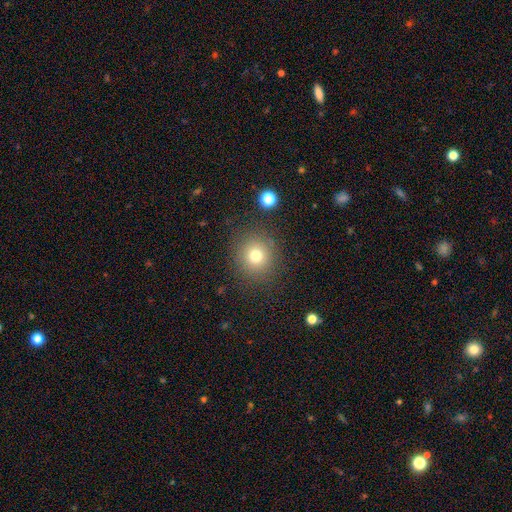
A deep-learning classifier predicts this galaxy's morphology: A smooth galaxy with no disk features (75%) that is round (91%). Merging: none (86%).